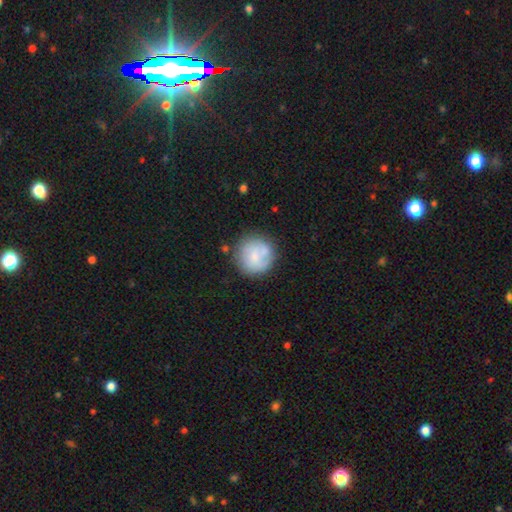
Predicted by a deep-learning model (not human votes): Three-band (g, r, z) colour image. It shows a smooth galaxy with no disk features (57%) that is round (93%). Merging: none (69%).